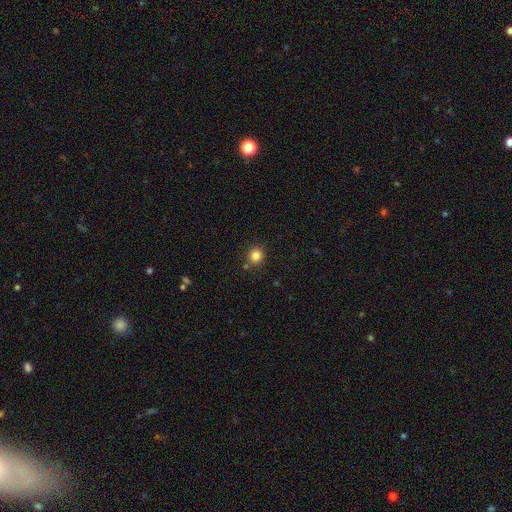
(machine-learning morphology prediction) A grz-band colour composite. It shows a smooth galaxy with no disk features (83%) that is round (90%). Merging: none (81%).